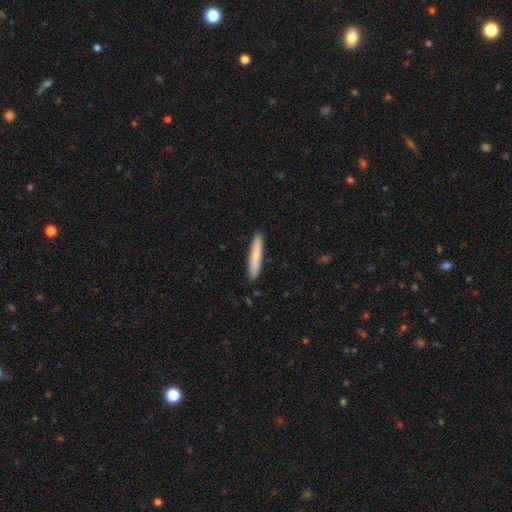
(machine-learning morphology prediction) This is likely a smooth galaxy (76%). How rounded: clearly cigar-shaped (92%). Merging: clearly none (90%).